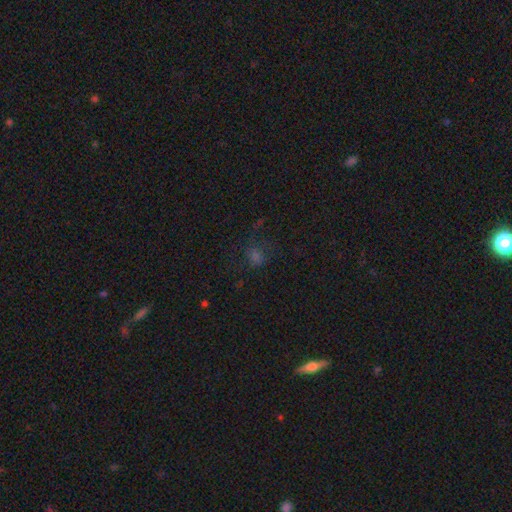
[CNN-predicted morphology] smooth_or_featured: smooth (p=0.45) [alt: star or artifact p=0.38]
merging: none (p=0.61) [alt: minor disturbance p=0.18]